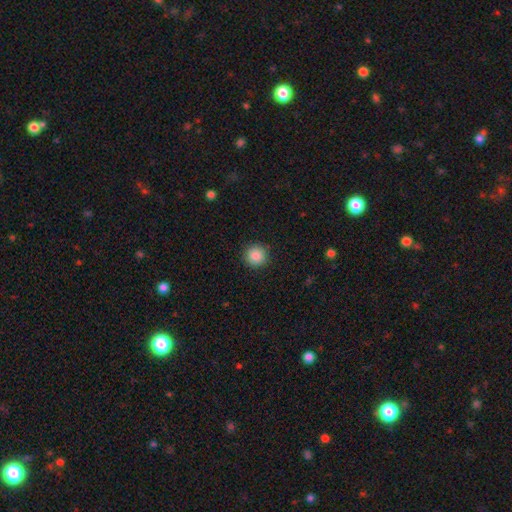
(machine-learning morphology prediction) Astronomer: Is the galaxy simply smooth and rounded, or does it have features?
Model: smooth — 87%.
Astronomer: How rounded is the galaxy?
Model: round — 95%.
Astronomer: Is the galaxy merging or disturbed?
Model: none — 92%.